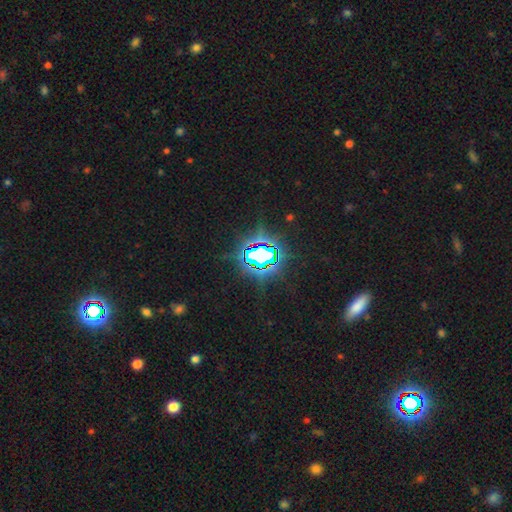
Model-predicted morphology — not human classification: type=star or artifact (79%).